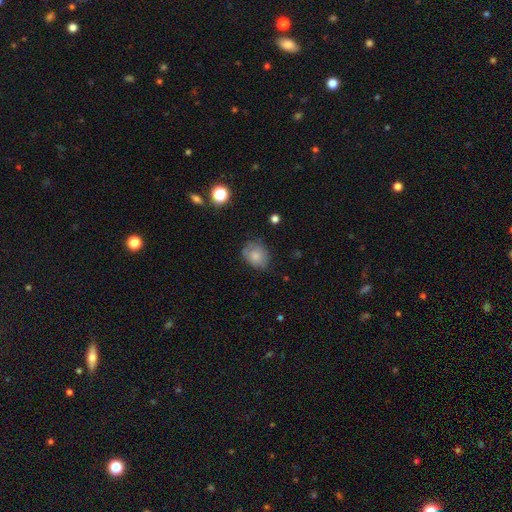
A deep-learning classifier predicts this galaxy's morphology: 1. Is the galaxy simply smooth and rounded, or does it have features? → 78% smooth, 13% featured or disk, 9% star or artifact.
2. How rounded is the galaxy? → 50% in between, 49% round, 1% cigar-shaped.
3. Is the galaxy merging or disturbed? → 64% none, 27% minor disturbance, 7% major disturbance, 2% merger.